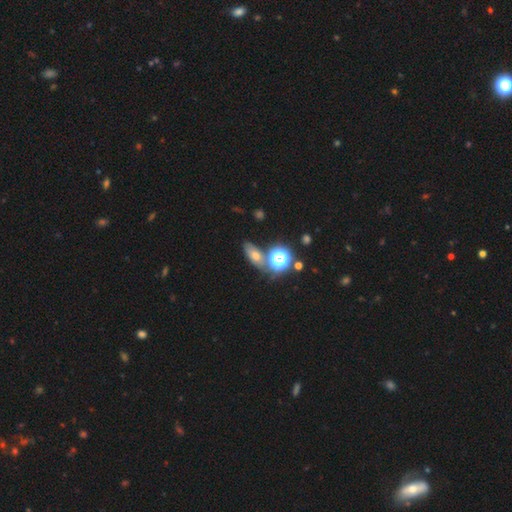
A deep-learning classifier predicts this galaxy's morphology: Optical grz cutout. It shows a smooth galaxy with no disk features (50%). Merging: none (68%).